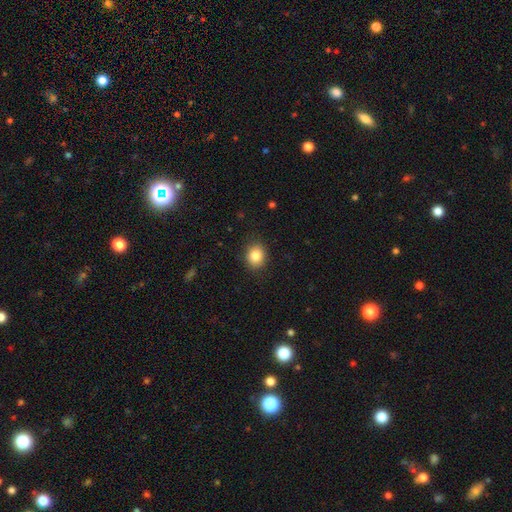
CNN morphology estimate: This is clearly a smooth galaxy (84%). How rounded: possibly round (59%). Merging: clearly none (88%).